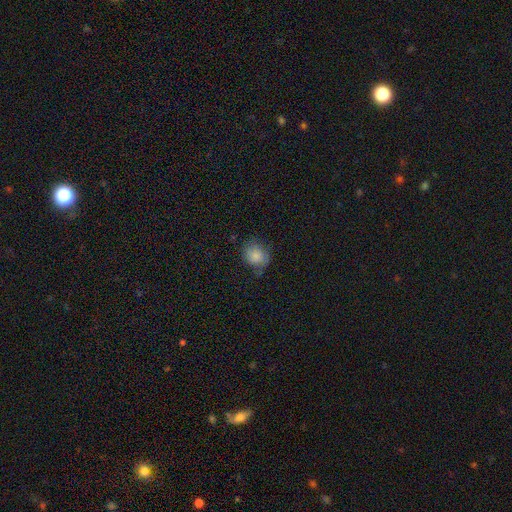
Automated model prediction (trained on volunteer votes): Q: Smooth or featured?
A: smooth (81%); runner-up: featured or disk (10%)
Q: How rounded?
A: round (69%); runner-up: in between (30%)
Q: Merging?
A: none (61%); runner-up: minor disturbance (27%)